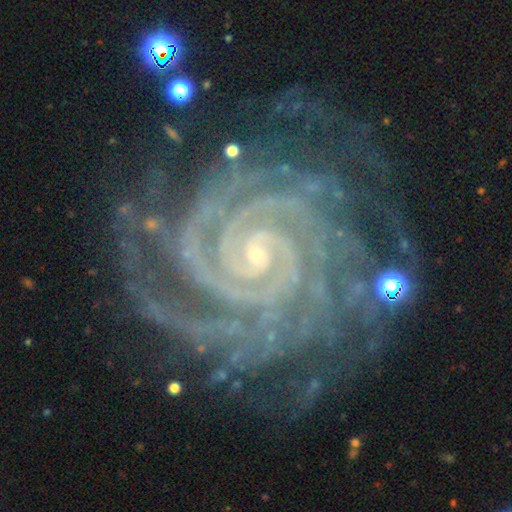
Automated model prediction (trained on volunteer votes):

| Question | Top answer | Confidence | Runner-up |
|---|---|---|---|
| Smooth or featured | featured or disk | 93% | star or artifact (5%) |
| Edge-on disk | no | 98% | yes (2%) |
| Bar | no | 55% | weak (27%) |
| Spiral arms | yes | 99% | no (1%) |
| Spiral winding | tight | 89% | medium (10%) |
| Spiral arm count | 2 | 24% | 4 (22%) |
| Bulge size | small | 85% | moderate (11%) |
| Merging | none | 75% | minor disturbance (17%) |